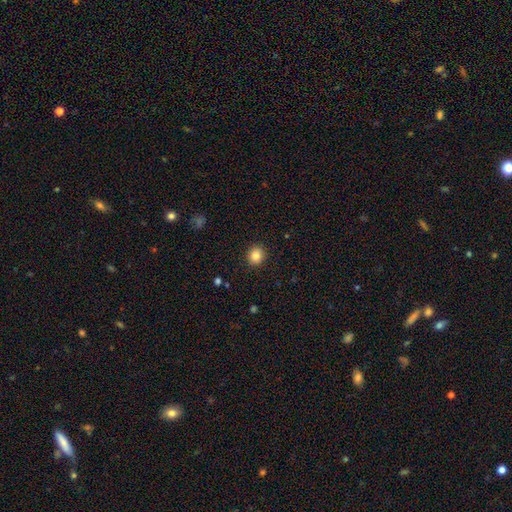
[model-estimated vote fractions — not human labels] The model was most divided on "how rounded": round: 80%, in between: 19%, cigar-shaped: 1%. More confident: merging — none (91%); smooth or featured — smooth (85%).